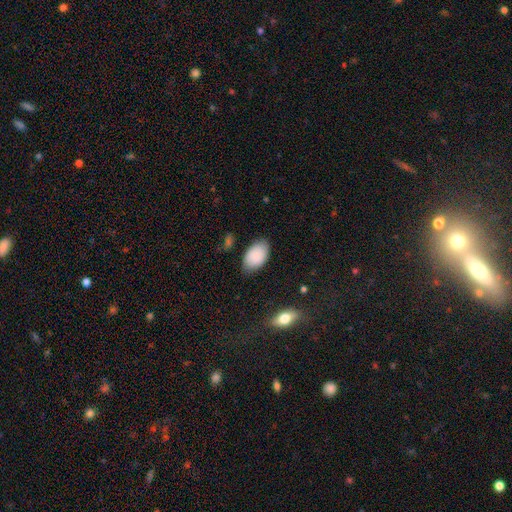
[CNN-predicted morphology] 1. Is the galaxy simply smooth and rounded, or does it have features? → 89% smooth, 6% star or artifact, 5% featured or disk.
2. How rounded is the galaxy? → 94% in between, 5% round, 1% cigar-shaped.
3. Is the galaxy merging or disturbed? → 79% none, 16% minor disturbance, 3% major disturbance, 2% merger.